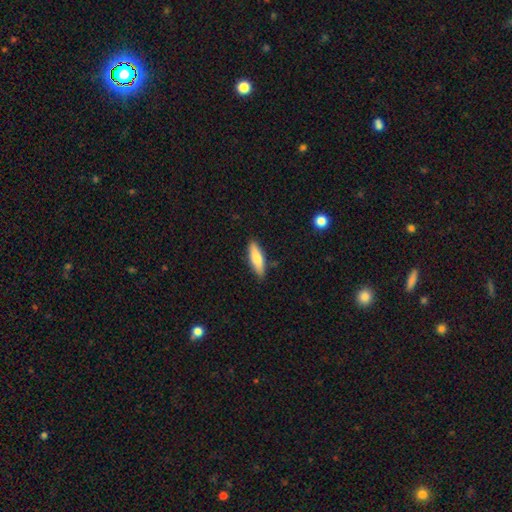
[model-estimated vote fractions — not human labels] Smooth or featured: smooth — 76% (featured or disk — 18%)
How rounded: cigar-shaped — 57% (in between — 42%)
Merging: none — 86% (minor disturbance — 11%)